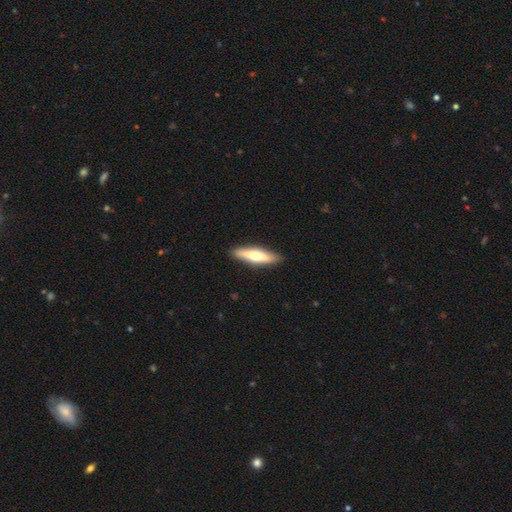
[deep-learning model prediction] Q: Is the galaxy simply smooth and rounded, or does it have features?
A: smooth — 56%.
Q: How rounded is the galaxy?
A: cigar-shaped — 76%.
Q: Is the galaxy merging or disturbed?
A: none — 89%.